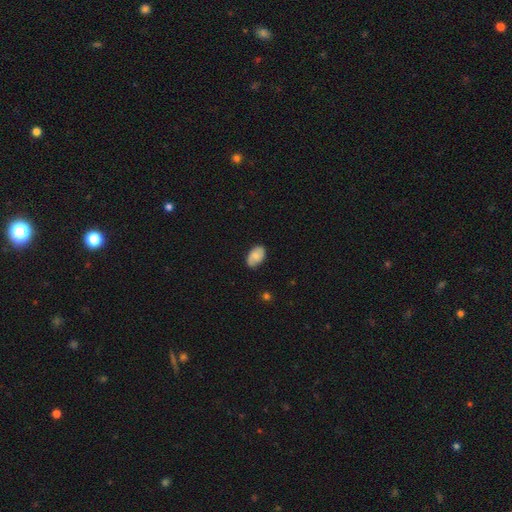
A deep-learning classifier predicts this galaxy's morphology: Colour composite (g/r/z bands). It shows a smooth galaxy with no disk features (60%) that is in between round and cigar-shaped (90%). Merging: none (74%).